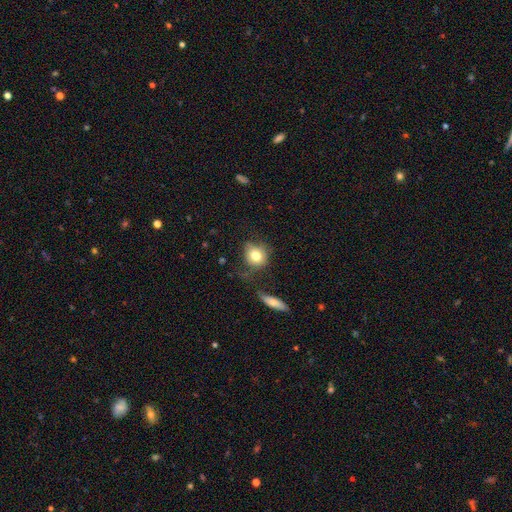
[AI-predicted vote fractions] smooth-or-featured: smooth: 78% | featured or disk: 13% | star or artifact: 9%
  how-rounded: round: 76% | in between: 23% | cigar-shaped: 1%
  merging: none: 59% | minor disturbance: 22% | major disturbance: 11% | merger: 8%